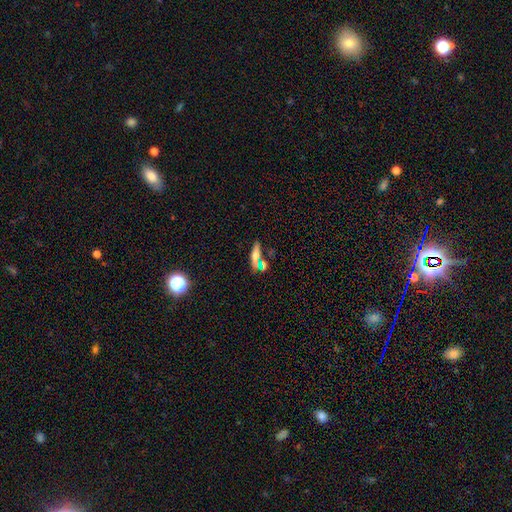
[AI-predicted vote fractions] Smooth or featured: smooth — 56% (featured or disk — 35%)
How rounded: cigar-shaped — 59% (in between — 37%)
Merging: none — 53% (merger — 26%)